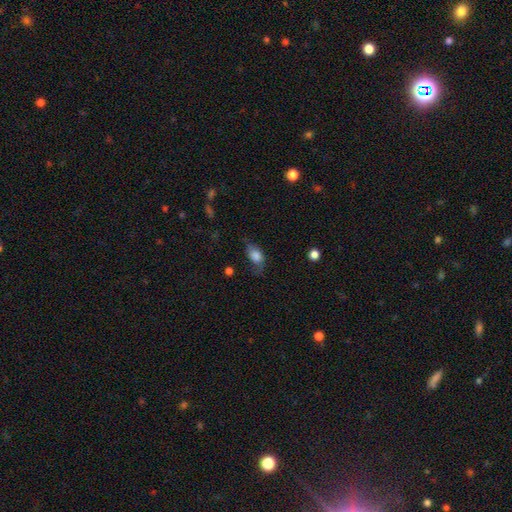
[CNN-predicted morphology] The model was most divided on "merging": none: 44%, minor disturbance: 34%, major disturbance: 20%, merger: 2%. More confident: how rounded — in between (81%); smooth or featured — smooth (74%).